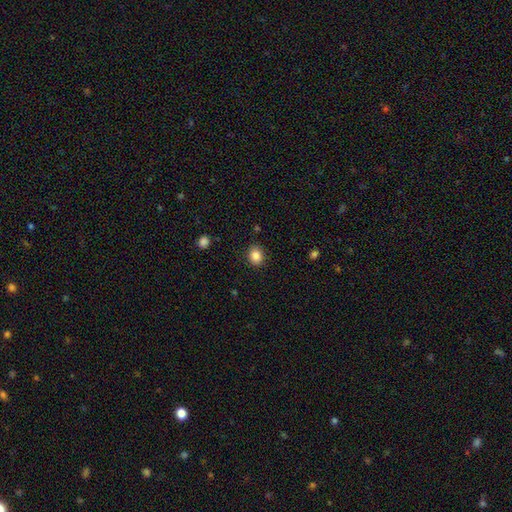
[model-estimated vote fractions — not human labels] smooth_or_featured: smooth (p=0.86) [alt: star or artifact p=0.10]
how_rounded: round (p=0.59) [alt: in between p=0.40]
merging: none (p=0.88) [alt: minor disturbance p=0.08]